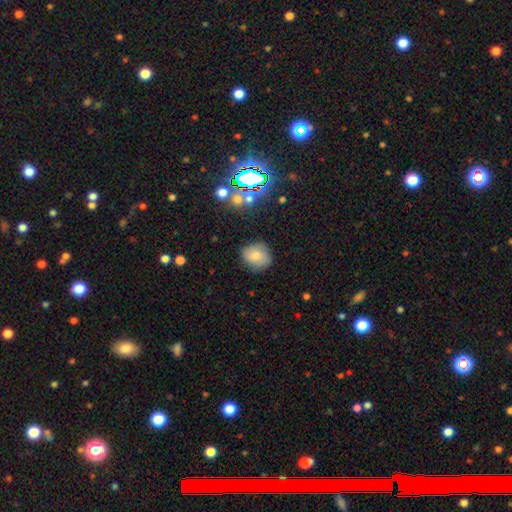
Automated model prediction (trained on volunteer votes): Smooth or featured?
  - smooth: 75% *
  - featured or disk: 14%
  - star or artifact: 11%
How rounded?
  - round: 74% *
  - in between: 25%
  - cigar-shaped: 1%
Merging?
  - none: 78% *
  - minor disturbance: 16%
  - major disturbance: 4%
  - merger: 2%